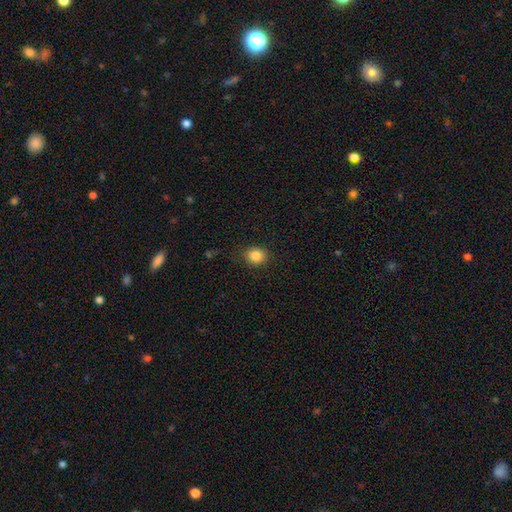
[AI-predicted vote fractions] smooth 85%, star or artifact 10%, featured or disk 5%. Down the decision tree: how rounded — round (73%); merging — none (86%).